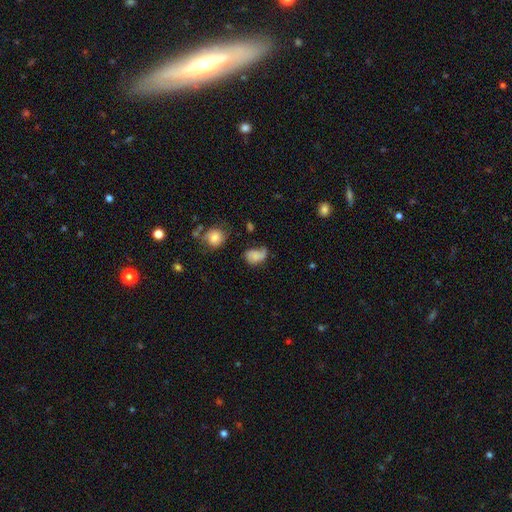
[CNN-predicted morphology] A smooth galaxy with no disk features (58%) that is in between round and cigar-shaped (74%).

Vote fractions:
- Smooth or featured? smooth: 58% / featured or disk: 32% / star or artifact: 10%
- How rounded? in between: 74% / round: 24% / cigar-shaped: 2%
- Merging? none: 38% / minor disturbance: 33% / major disturbance: 24% / merger: 5%